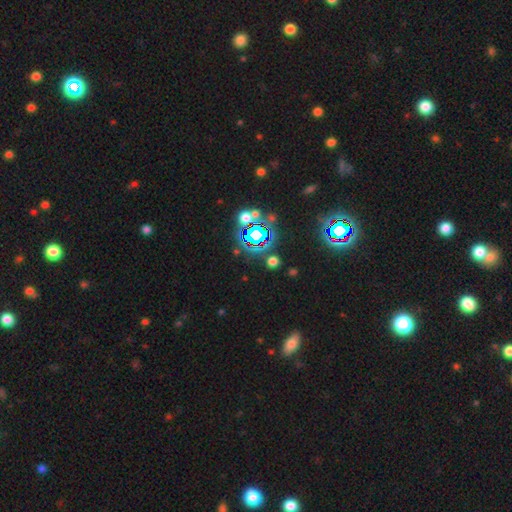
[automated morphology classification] This is likely a star or artifact rather than a galaxy (76%).